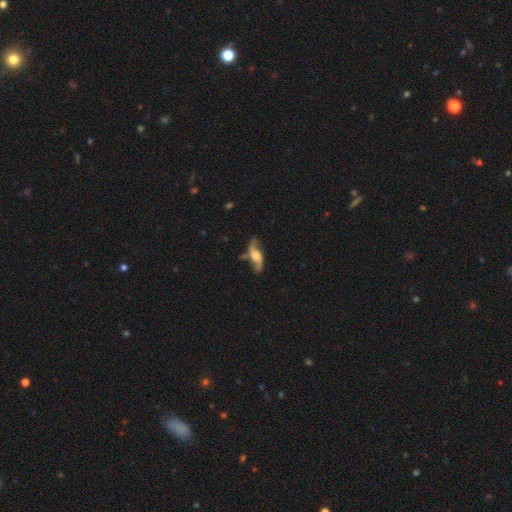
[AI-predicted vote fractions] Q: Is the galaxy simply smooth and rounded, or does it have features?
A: featured or disk — 74%.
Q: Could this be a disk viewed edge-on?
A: no — 79%.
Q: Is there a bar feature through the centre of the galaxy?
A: no — 57%.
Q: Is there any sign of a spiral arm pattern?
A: yes — 92%.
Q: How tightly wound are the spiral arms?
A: loose — 74%.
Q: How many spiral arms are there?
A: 2 — 91%.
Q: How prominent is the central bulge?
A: moderate — 37%.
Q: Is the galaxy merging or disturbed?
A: none — 71%.